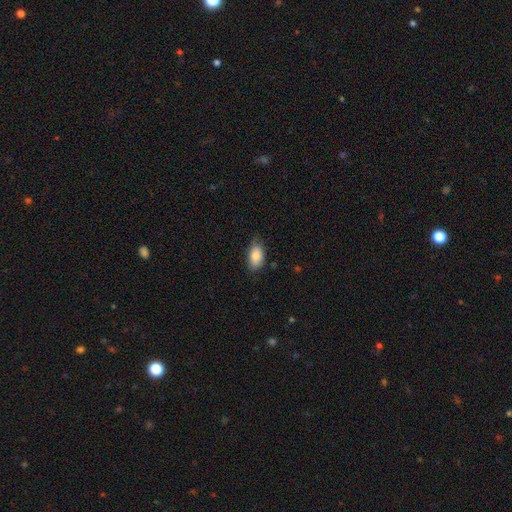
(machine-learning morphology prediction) Smooth or featured? smooth (84%)
How rounded? in between (93%)
Merging? none (72%)